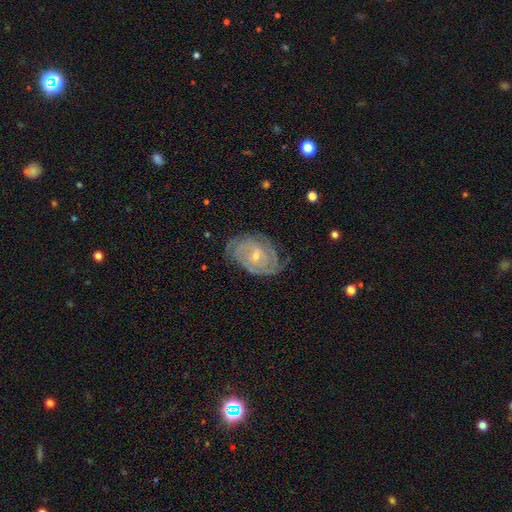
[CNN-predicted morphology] Overall: featured or disk (85%). Edge-on disk: no (96%). Bar: no (49%; weak 41%). Spiral arms: yes (95%). Spiral arm count: can't tell (33%; 2 30%). Spiral winding: tight (71%). Bulge size: small (63%; moderate 33%). Merging: none (70%).